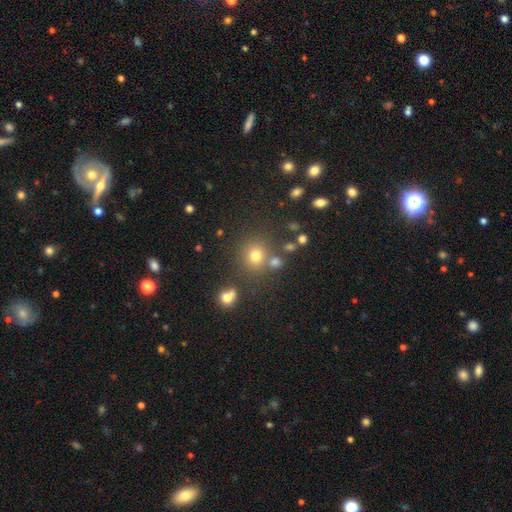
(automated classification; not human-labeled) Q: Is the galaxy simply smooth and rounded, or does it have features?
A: smooth — 71%.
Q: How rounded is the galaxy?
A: round — 85%.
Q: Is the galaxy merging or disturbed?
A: none — 73%.